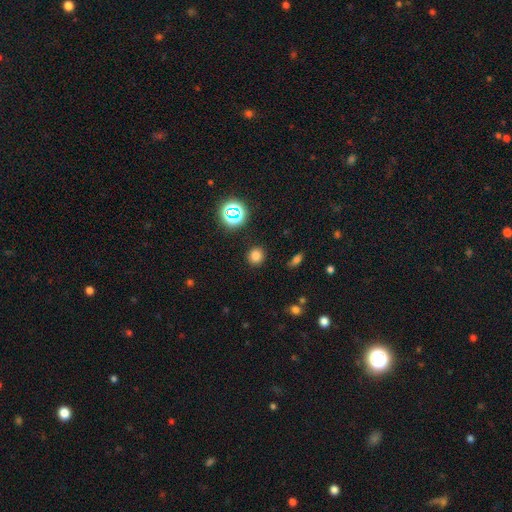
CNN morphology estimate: The model was most divided on "smooth or featured": smooth: 76%, star or artifact: 18%, featured or disk: 6%. More confident: how rounded — round (90%); merging — none (89%).